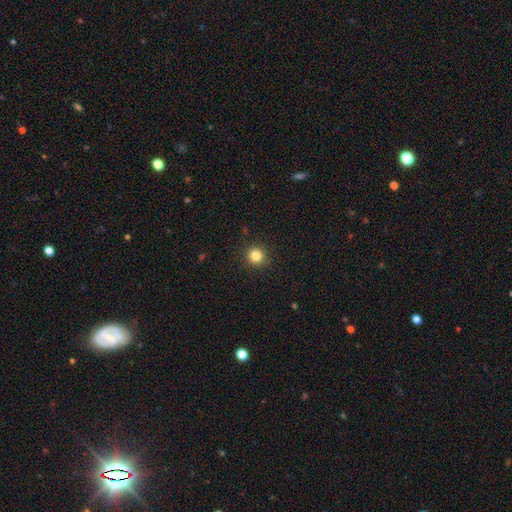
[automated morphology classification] A smooth galaxy with no disk features (83%) that is round (93%).

Vote fractions:
- Smooth or featured? smooth: 83% / star or artifact: 12% / featured or disk: 5%
- How rounded? round: 93% / in between: 6% / cigar-shaped: 1%
- Merging? none: 92% / minor disturbance: 5% / major disturbance: 2% / merger: 1%